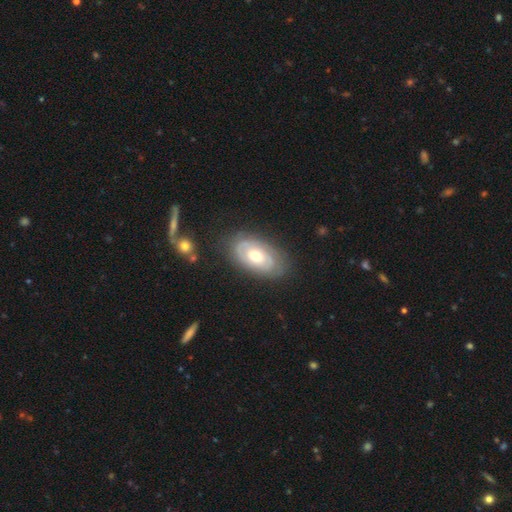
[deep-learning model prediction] The model was most divided on "spiral arms": yes: 65%, no: 35%. More confident: edge-on disk — no (93%); bar — no (78%); merging — none (77%); bulge size — moderate (74%); smooth or featured — featured or disk (66%).